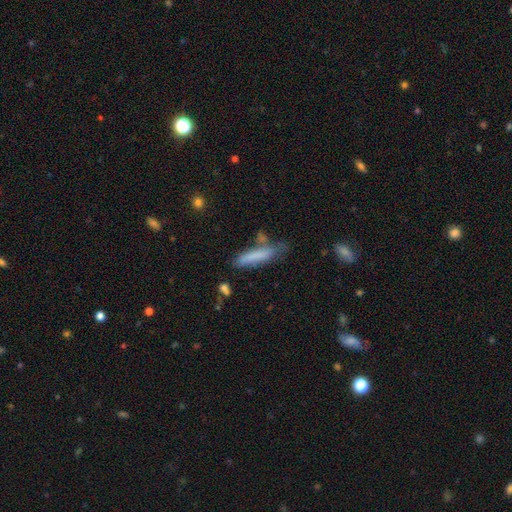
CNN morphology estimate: smooth_or_featured: smooth (p=0.73) [alt: featured or disk p=0.19]
how_rounded: cigar-shaped (p=0.82) [alt: in between p=0.17]
merging: none (p=0.56) [alt: minor disturbance p=0.26]